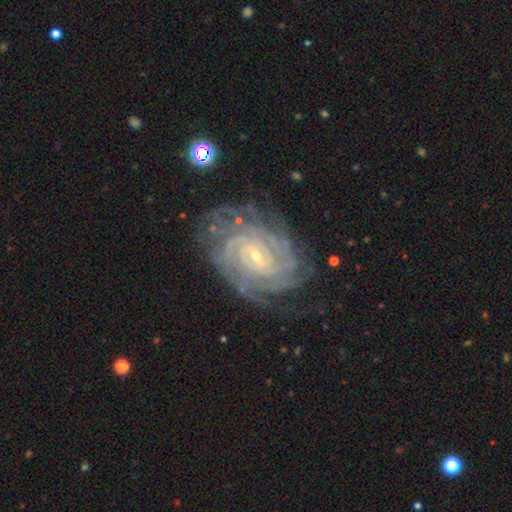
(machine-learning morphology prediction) smooth-or-featured: featured or disk: 90% | star or artifact: 6% | smooth: 4%
  disk-edge-on: no: 97% | yes: 3%
    bar: weak: 43% | no: 39% | strong: 18%
    has-spiral-arms: yes: 98% | no: 2%
      spiral-winding: tight: 80% | medium: 17% | loose: 3%
      spiral-arm-count: 4: 27% | can't tell: 21% | more than 4: 20% | 3: 13% | 2: 12% | 1: 8%
    bulge-size: small: 83% | moderate: 13% | none: 2% | large: 1% | dominant: 1%
  merging: none: 77% | minor disturbance: 16% | major disturbance: 6% | merger: 1%